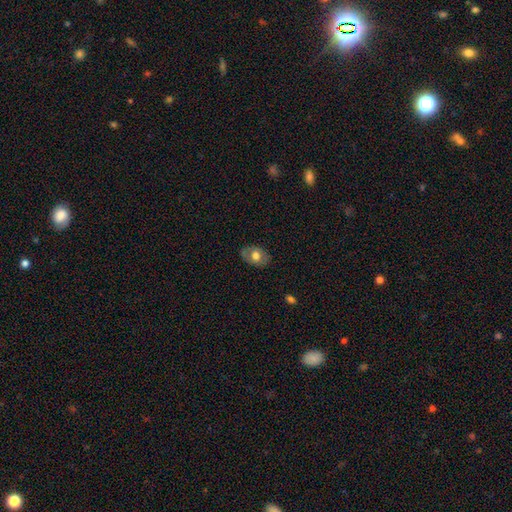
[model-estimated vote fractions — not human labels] This appears to be a smooth galaxy with no disk features (62%) that is in between round and cigar-shaped (78%). Merging: none (80%).